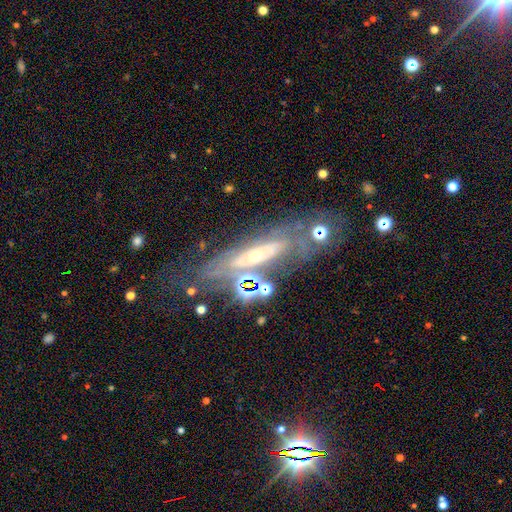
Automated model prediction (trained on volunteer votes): A featured or disk galaxy (76%) with no bar (65%), spiral arms (70%) and a small central bulge (66%). Merging: none (60%).